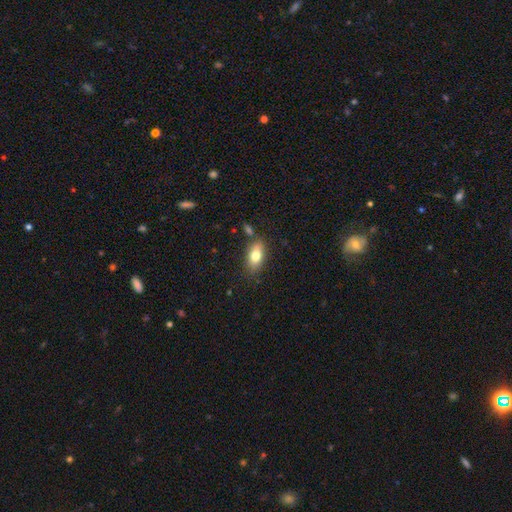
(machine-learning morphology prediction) This appears to be a smooth galaxy with no disk features (78%) that is in between round and cigar-shaped (88%). Merging: none (76%).